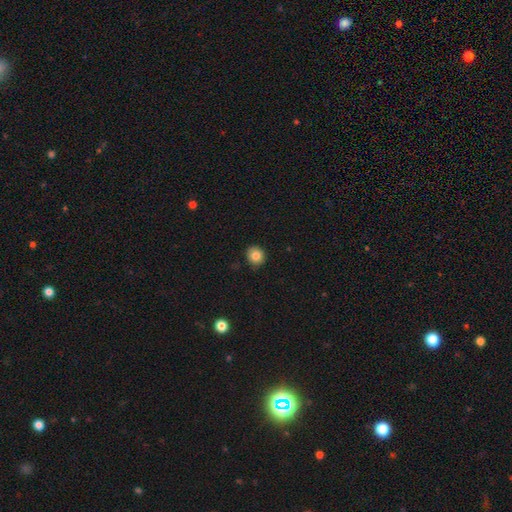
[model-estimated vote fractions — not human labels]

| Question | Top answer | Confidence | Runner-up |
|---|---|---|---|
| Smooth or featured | smooth | 82% | star or artifact (10%) |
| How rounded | round | 84% | in between (15%) |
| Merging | none | 89% | minor disturbance (9%) |